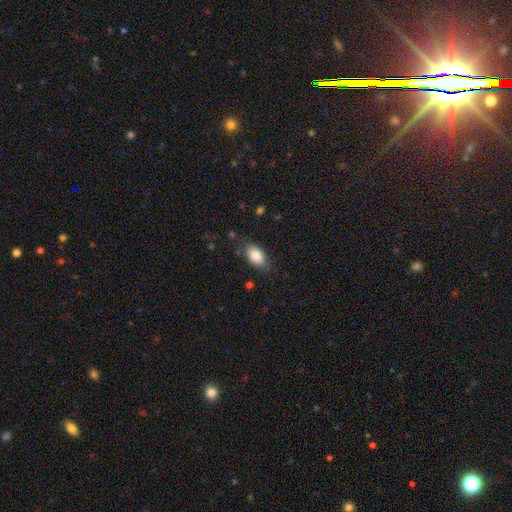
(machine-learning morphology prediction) smooth_or_featured: smooth (p=0.84) [alt: featured or disk p=0.09]
how_rounded: in between (p=0.91) [alt: round p=0.06]
merging: none (p=0.79) [alt: minor disturbance p=0.16]